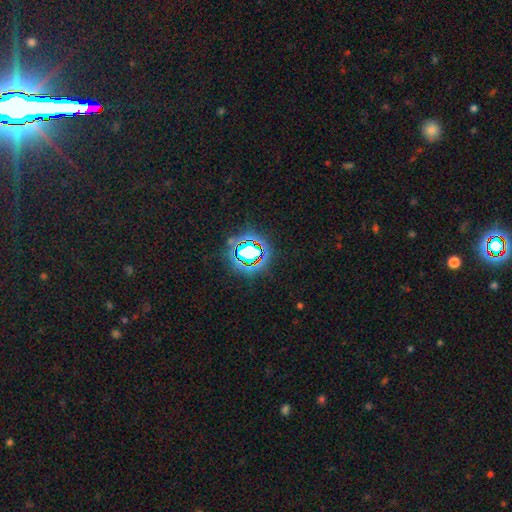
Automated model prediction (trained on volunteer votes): The model was most divided on "smooth or featured": star or artifact: 71%, smooth: 18%, featured or disk: 11%.